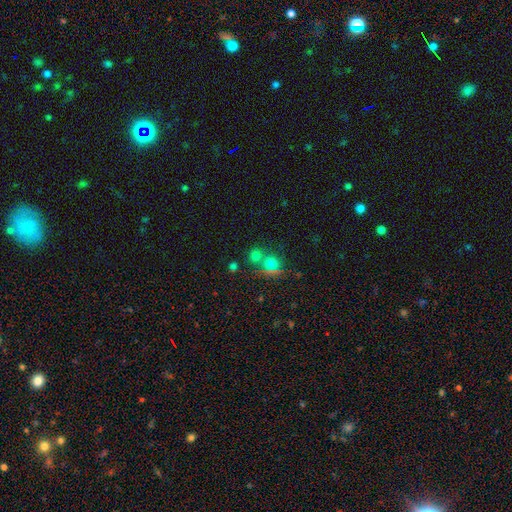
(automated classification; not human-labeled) Smooth or featured?
  - smooth: 65% *
  - star or artifact: 25%
  - featured or disk: 10%
How rounded?
  - round: 84% *
  - in between: 14%
  - cigar-shaped: 1%
Merging?
  - none: 56% *
  - merger: 32%
  - minor disturbance: 8%
  - major disturbance: 4%